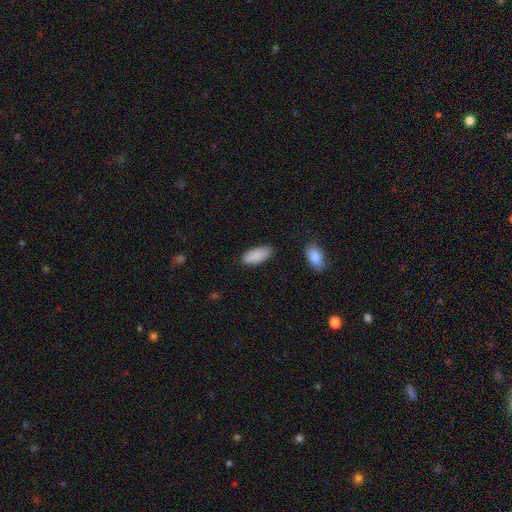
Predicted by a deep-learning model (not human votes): Smooth or featured? smooth (89%)
How rounded? in between (88%)
Merging? none (75%)